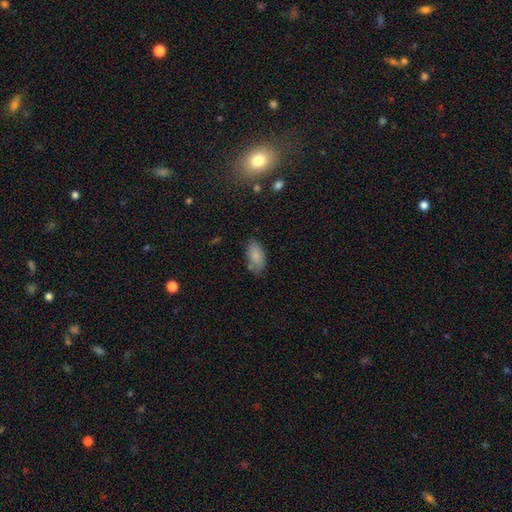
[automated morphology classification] A smooth galaxy with no disk features (84%) that is in between round and cigar-shaped (93%).

Vote fractions:
- Smooth or featured? smooth: 84% / featured or disk: 9% / star or artifact: 8%
- How rounded? in between: 93% / cigar-shaped: 4% / round: 3%
- Merging? none: 67% / minor disturbance: 23% / major disturbance: 6% / merger: 5%